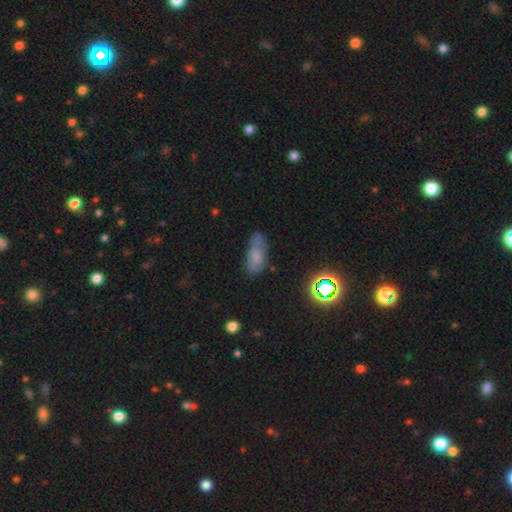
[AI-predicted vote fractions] Q: Smooth or featured?
A: smooth (62%); runner-up: featured or disk (22%)
Q: How rounded?
A: in between (80%); runner-up: cigar-shaped (15%)
Q: Merging?
A: none (55%); runner-up: minor disturbance (28%)